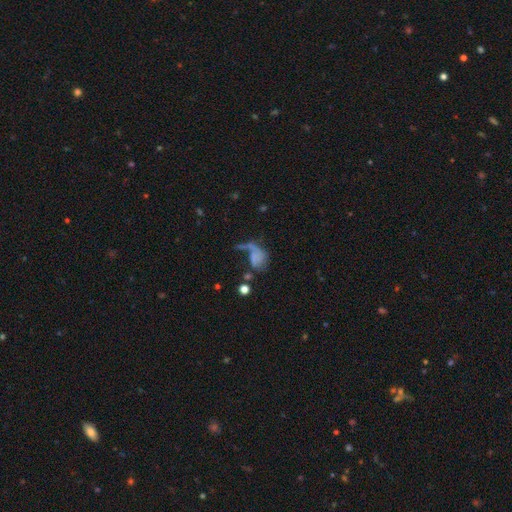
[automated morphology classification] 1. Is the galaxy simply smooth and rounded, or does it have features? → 44% smooth, 40% featured or disk, 16% star or artifact.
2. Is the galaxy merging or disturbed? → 46% major disturbance, 21% none, 20% merger, 14% minor disturbance.